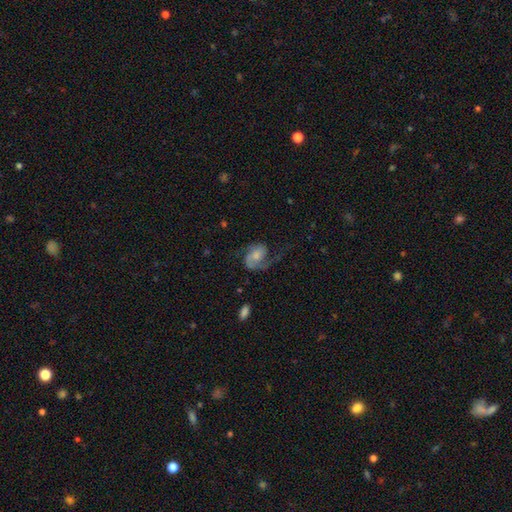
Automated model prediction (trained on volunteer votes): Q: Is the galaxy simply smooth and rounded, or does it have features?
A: featured or disk — 73%.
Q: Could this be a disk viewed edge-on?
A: no — 98%.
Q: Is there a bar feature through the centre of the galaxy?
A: no — 61%.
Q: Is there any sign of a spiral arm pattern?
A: yes — 93%.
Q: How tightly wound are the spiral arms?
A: medium — 43%.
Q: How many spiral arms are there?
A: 2 — 59%.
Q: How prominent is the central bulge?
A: moderate — 34%.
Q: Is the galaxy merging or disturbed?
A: none — 46%.